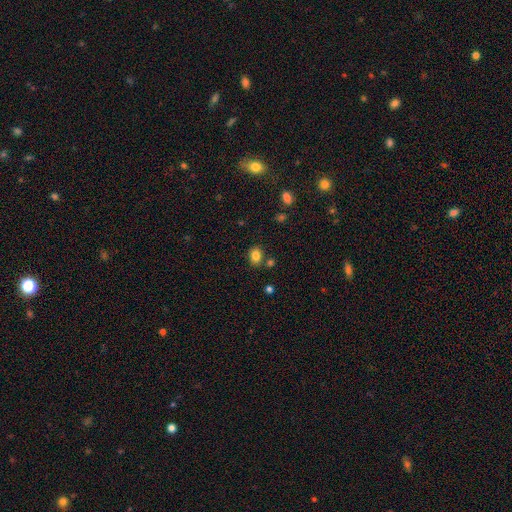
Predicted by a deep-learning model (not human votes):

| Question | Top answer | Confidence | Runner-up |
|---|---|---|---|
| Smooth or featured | smooth | 82% | star or artifact (12%) |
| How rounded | in between | 54% | round (45%) |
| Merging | none | 78% | minor disturbance (11%) |